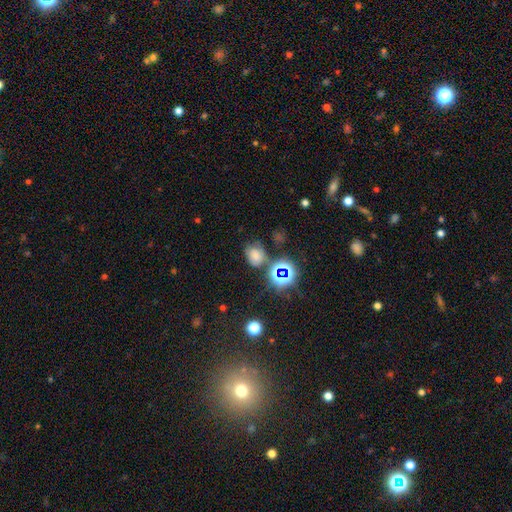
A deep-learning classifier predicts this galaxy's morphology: Smooth or featured? smooth (59%)
How rounded? round (53%)
Merging? none (58%)